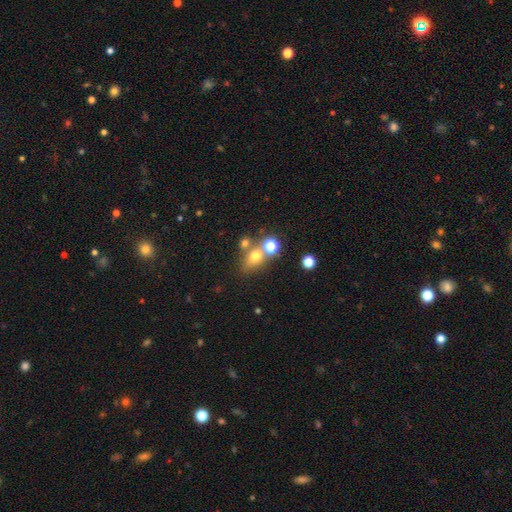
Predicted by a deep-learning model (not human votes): Morphology: type=smooth (67%); roundness=in between (52%); merging=none (52%).